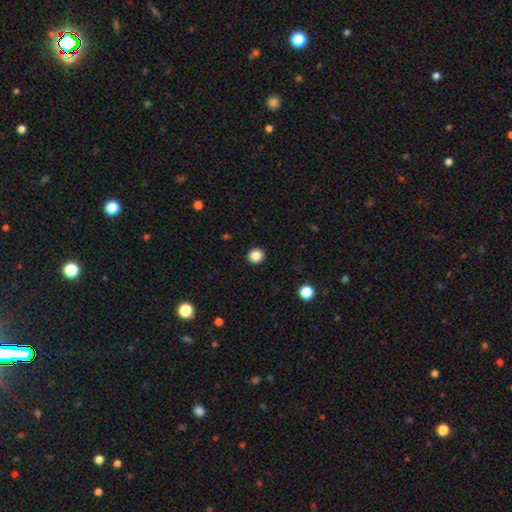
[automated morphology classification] This is clearly a smooth galaxy (86%). How rounded: clearly round (91%). Merging: clearly none (93%).